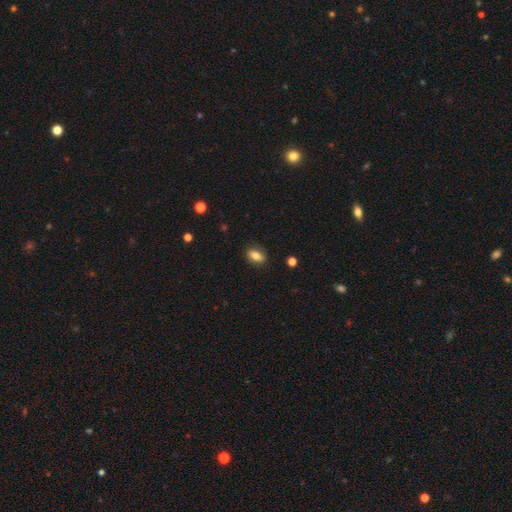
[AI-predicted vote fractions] Q: Smooth or featured?
A: smooth (77%); runner-up: featured or disk (14%)
Q: How rounded?
A: in between (83%); runner-up: round (11%)
Q: Merging?
A: none (86%); runner-up: minor disturbance (11%)